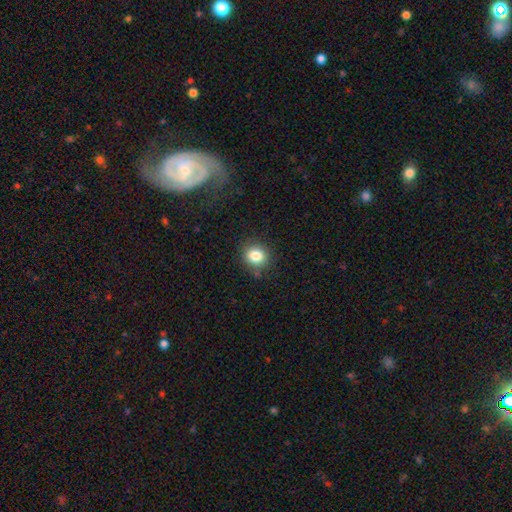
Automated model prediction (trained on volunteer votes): Smooth or featured? Predicted: smooth (p=0.83). How rounded? Predicted: round (p=0.76). Merging? Predicted: none (p=0.84).